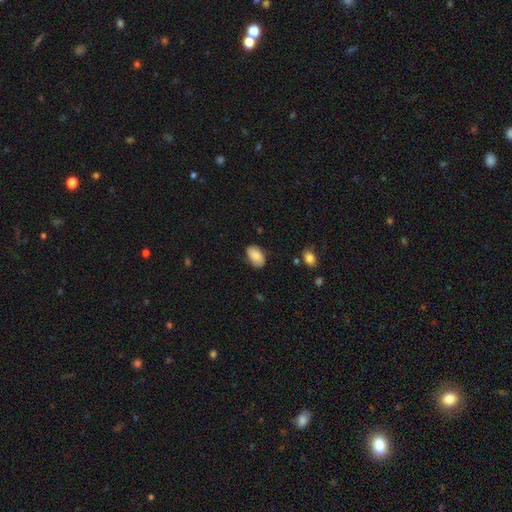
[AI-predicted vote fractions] Smooth or featured? Predicted: smooth (p=0.85). How rounded? Predicted: in between (p=0.93). Merging? Predicted: none (p=0.83).